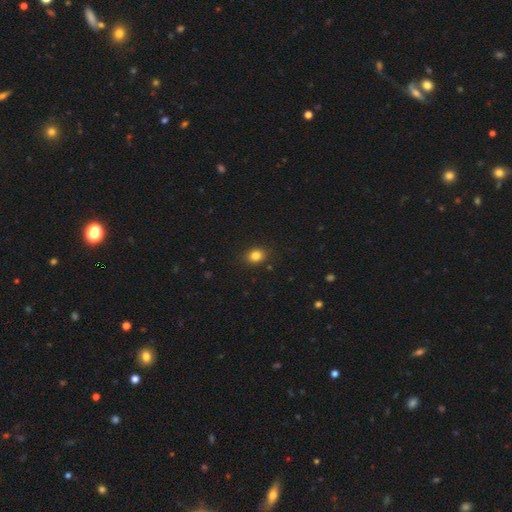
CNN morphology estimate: Smooth or featured: smooth — 83% (star or artifact — 11%)
How rounded: round — 53% (in between — 46%)
Merging: none — 88% (minor disturbance — 9%)